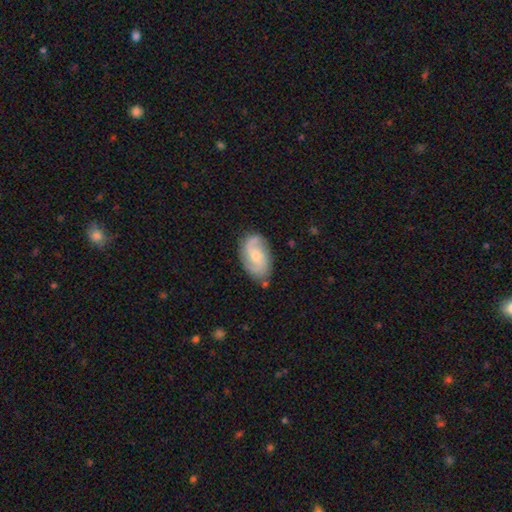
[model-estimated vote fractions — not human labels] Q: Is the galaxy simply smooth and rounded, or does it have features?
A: featured or disk — 77%.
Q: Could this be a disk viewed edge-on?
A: no — 96%.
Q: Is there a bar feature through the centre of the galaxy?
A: no — 57%.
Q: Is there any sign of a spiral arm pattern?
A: yes — 95%.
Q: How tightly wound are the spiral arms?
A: medium — 47%.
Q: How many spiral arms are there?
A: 2 — 77%.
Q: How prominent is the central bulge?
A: small — 51%.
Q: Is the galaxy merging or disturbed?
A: none — 76%.